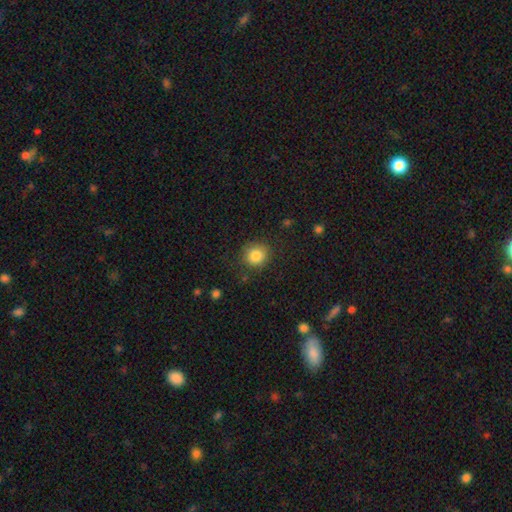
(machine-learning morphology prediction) This is clearly a smooth galaxy (84%). How rounded: clearly round (87%). Merging: clearly none (84%).